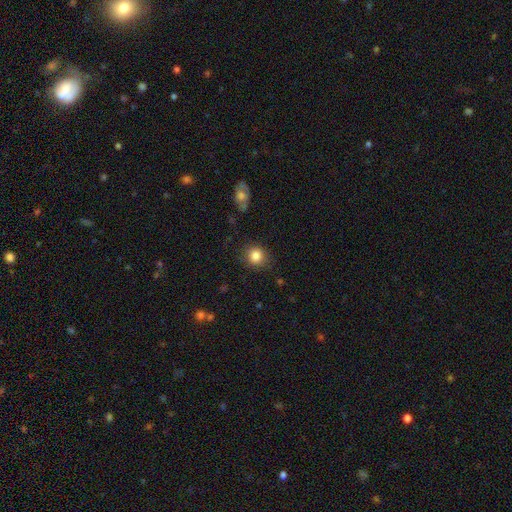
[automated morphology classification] The model was most divided on "how rounded": round: 87%, in between: 12%, cigar-shaped: 1%. More confident: merging — none (86%); smooth or featured — smooth (85%).